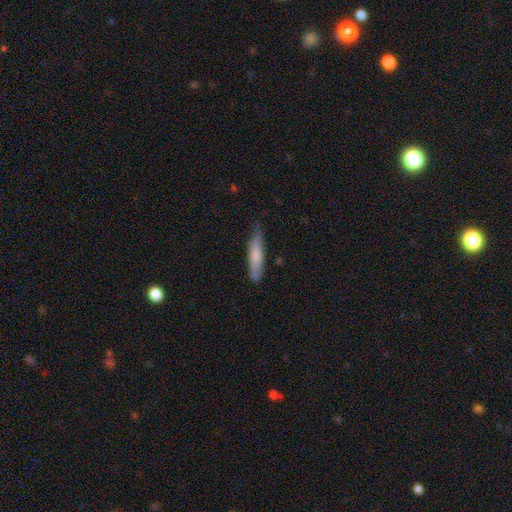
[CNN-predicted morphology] A smooth galaxy with no disk features (74%) that is cigar-shaped (81%).

Vote fractions:
- Smooth or featured? smooth: 74% / featured or disk: 20% / star or artifact: 5%
- How rounded? cigar-shaped: 81% / in between: 18% / round: 1%
- Merging? none: 73% / minor disturbance: 22% / major disturbance: 3% / merger: 2%